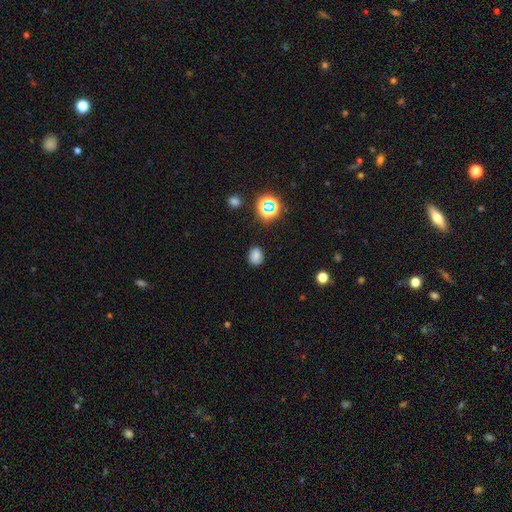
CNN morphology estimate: A smooth galaxy with no disk features (75%) that is round (57%). Merging: none (84%).